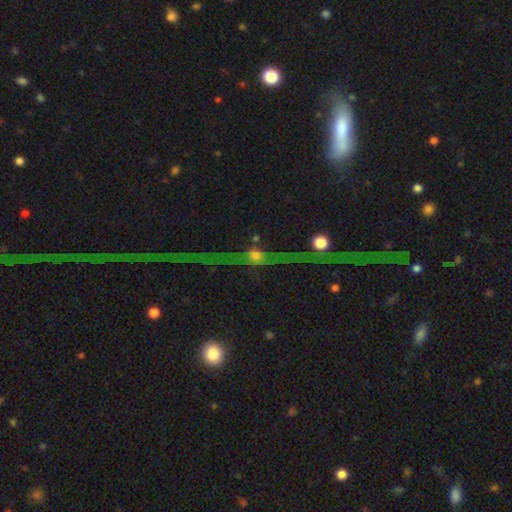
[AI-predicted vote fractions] A featured or disk galaxy (52%) viewed edge-on (72%). Merging: none (59%).